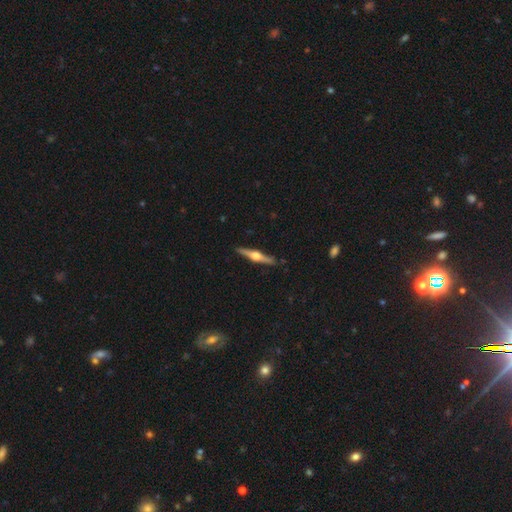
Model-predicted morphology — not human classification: Smooth or featured: featured or disk — 78% (smooth — 17%)
Edge-on disk: yes — 98% (no — 2%)
Edge-on bulge: rounded — 95% (boxy — 3%)
Merging: none — 90% (minor disturbance — 8%)